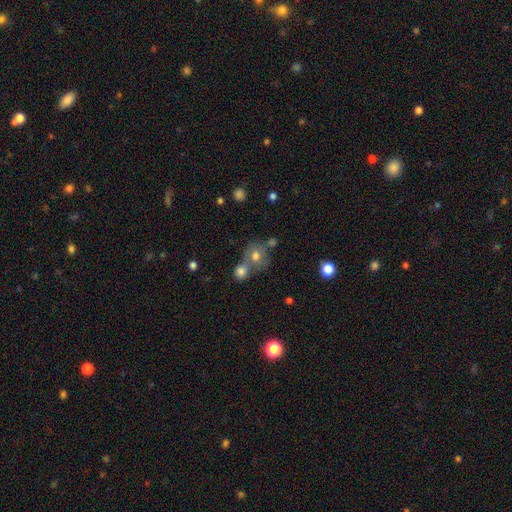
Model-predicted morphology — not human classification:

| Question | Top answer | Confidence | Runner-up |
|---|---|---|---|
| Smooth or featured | smooth | 72% | featured or disk (15%) |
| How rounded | round | 76% | in between (23%) |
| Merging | none | 46% | merger (38%) |